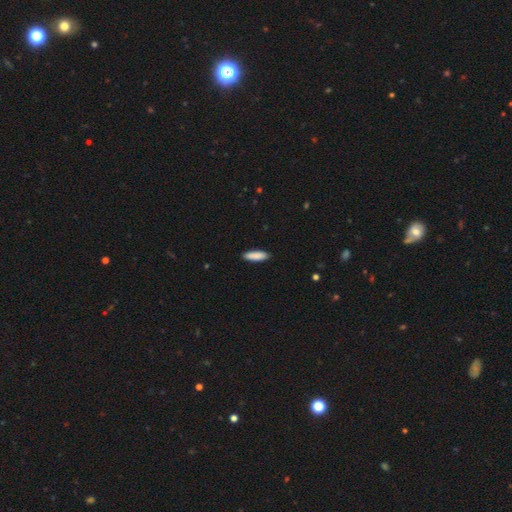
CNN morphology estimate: Smooth or featured? Predicted: smooth (p=0.88). How rounded? Predicted: cigar-shaped (p=0.61). Merging? Predicted: none (p=0.89).